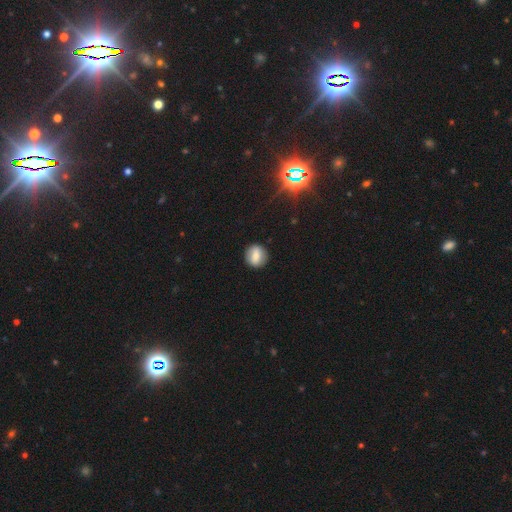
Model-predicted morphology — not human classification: A smooth galaxy with no disk features (62%) that is round (83%).

Vote fractions:
- Smooth or featured? smooth: 62% / featured or disk: 28% / star or artifact: 9%
- How rounded? round: 83% / in between: 15% / cigar-shaped: 1%
- Merging? none: 89% / minor disturbance: 8% / major disturbance: 2% / merger: 1%